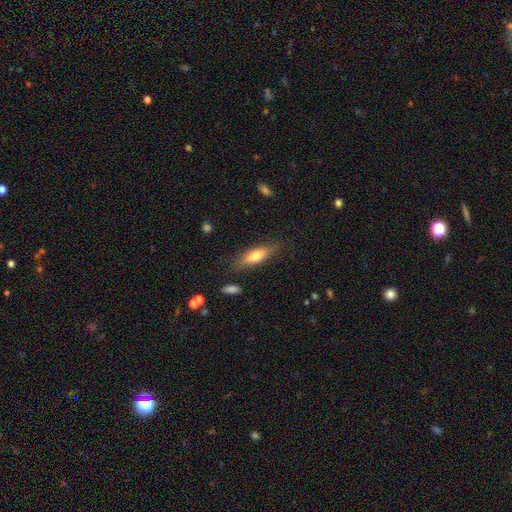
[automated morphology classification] A smooth galaxy with no disk features (65%) that is in between round and cigar-shaped (51%). Merging: none (79%).